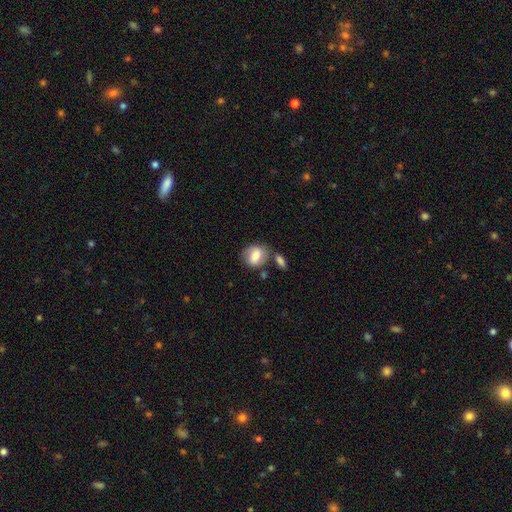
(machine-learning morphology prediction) A smooth galaxy with no disk features (70%) that is in between round and cigar-shaped (50%).

Vote fractions:
- Smooth or featured? smooth: 70% / featured or disk: 22% / star or artifact: 8%
- How rounded? in between: 50% / round: 48% / cigar-shaped: 2%
- Merging? none: 59% / minor disturbance: 18% / merger: 17% / major disturbance: 6%